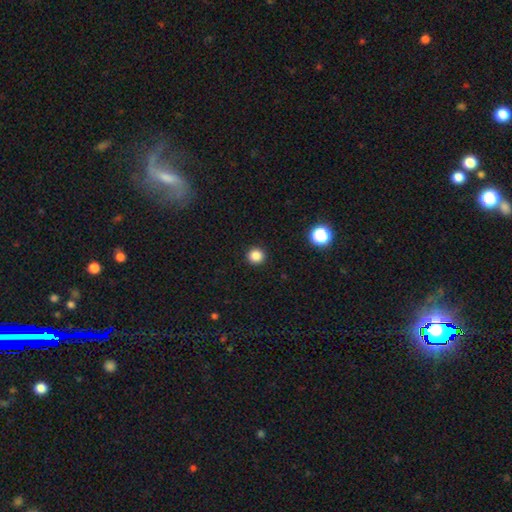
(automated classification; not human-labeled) The model was most divided on "smooth or featured": smooth: 85%, star or artifact: 12%, featured or disk: 3%. More confident: how rounded — round (94%); merging — none (93%).